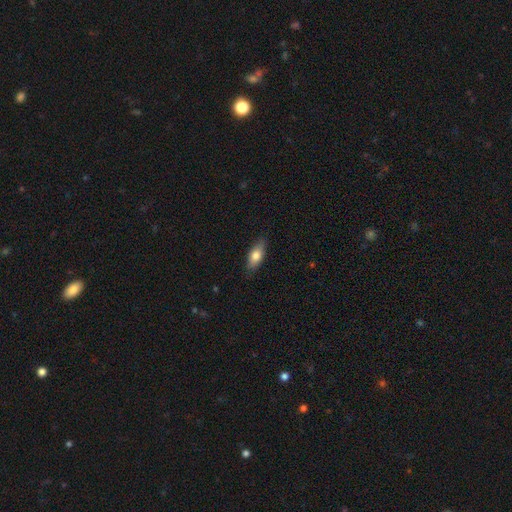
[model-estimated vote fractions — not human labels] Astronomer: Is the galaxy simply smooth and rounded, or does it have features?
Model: smooth — 75%.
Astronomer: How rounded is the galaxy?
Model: in between — 81%.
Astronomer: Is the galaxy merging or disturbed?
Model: none — 85%.